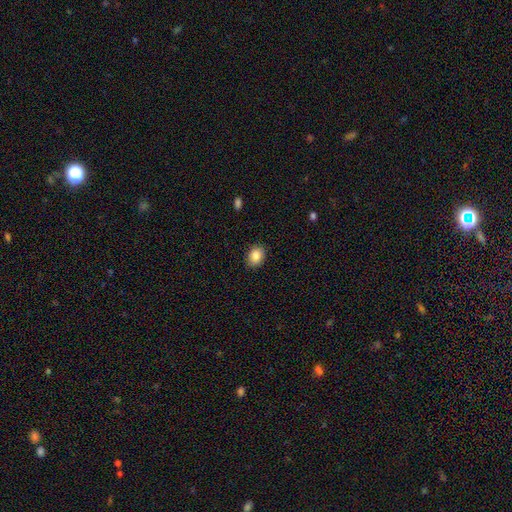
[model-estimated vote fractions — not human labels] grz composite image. It shows a smooth galaxy with no disk features (86%) that is in between round and cigar-shaped (69%). Merging: none (88%).